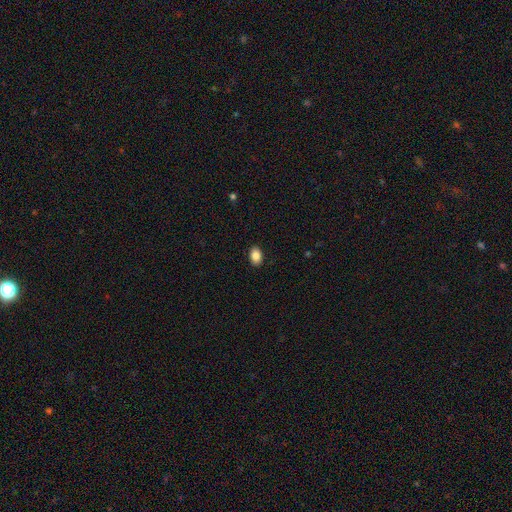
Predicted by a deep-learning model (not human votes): smooth_or_featured: smooth (p=0.87) [alt: star or artifact p=0.08]
how_rounded: in between (p=0.84) [alt: round p=0.15]
merging: none (p=0.89) [alt: minor disturbance p=0.08]